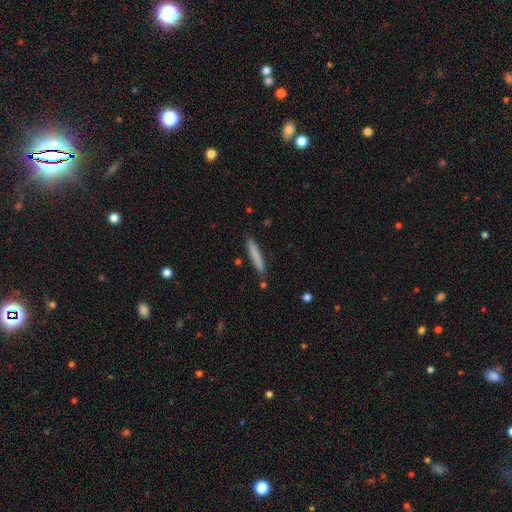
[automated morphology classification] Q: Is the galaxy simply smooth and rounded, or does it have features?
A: smooth — 77%.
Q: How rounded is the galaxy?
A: cigar-shaped — 95%.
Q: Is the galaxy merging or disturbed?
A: none — 87%.